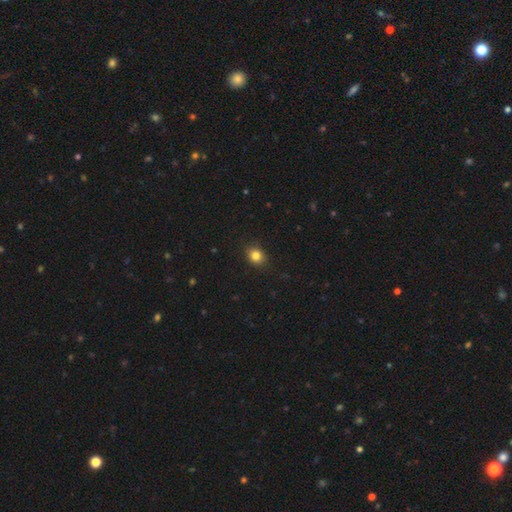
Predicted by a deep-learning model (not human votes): Smooth or featured: smooth — 83% (star or artifact — 12%)
How rounded: round — 63% (in between — 36%)
Merging: none — 88% (minor disturbance — 9%)